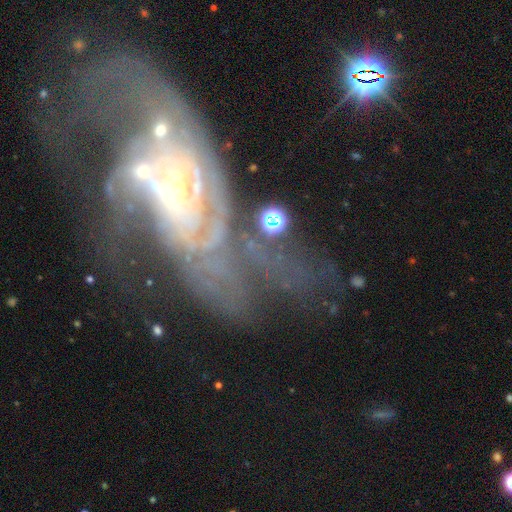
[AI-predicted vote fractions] This appears to be a featured or disk galaxy (84%) with no bar (66%), tight (49%) spiral arms (91%) and a small central bulge (68%). Merging: major disturbance (35%).